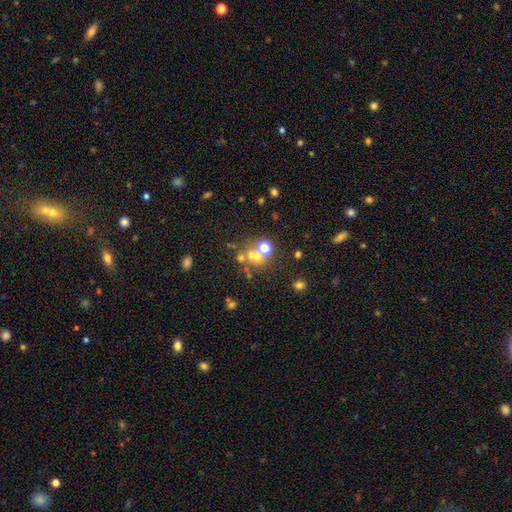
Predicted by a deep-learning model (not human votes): A smooth galaxy with no disk features (40%). Merging: none (52%).